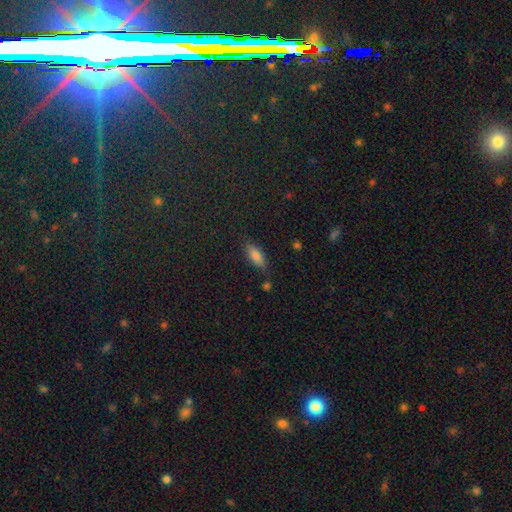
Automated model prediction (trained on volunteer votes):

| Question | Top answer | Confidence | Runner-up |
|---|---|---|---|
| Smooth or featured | smooth | 77% | featured or disk (13%) |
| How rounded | in between | 73% | cigar-shaped (24%) |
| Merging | none | 79% | minor disturbance (15%) |